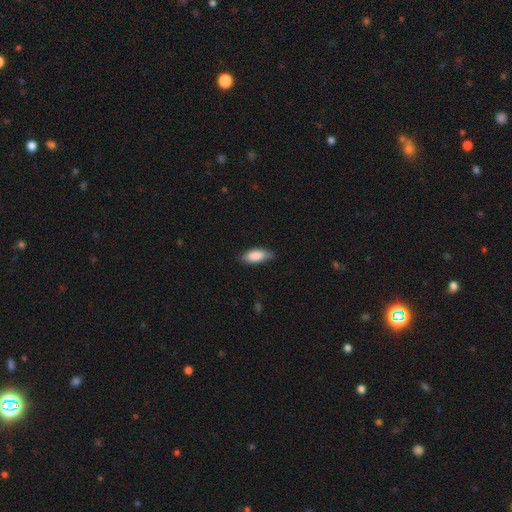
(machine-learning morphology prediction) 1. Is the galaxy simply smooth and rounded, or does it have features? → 85% smooth, 9% featured or disk, 6% star or artifact.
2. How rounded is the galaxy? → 83% in between, 14% cigar-shaped, 2% round.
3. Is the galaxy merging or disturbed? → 75% none, 21% minor disturbance, 3% major disturbance, 1% merger.